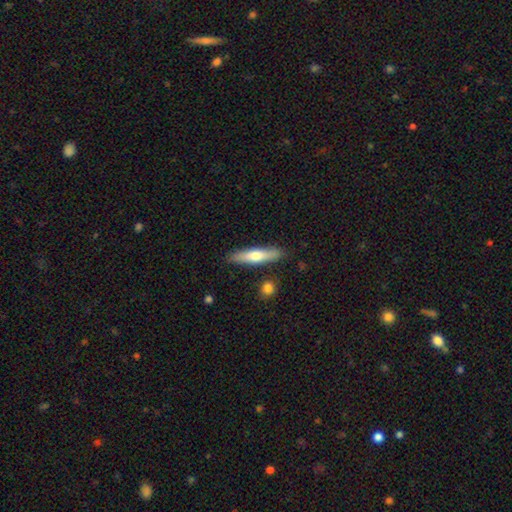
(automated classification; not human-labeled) Smooth or featured: smooth — 60% (featured or disk — 34%)
How rounded: cigar-shaped — 77% (in between — 21%)
Merging: none — 86% (minor disturbance — 9%)